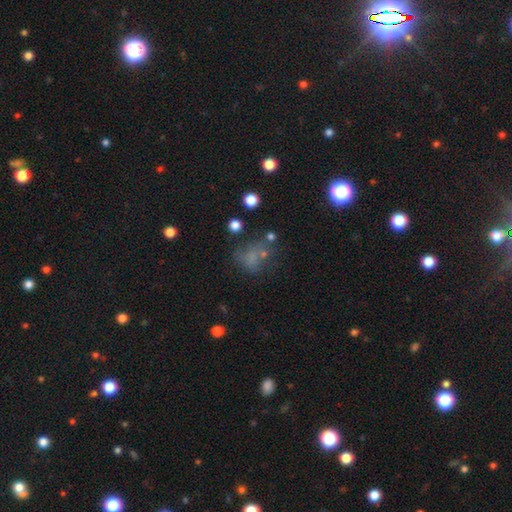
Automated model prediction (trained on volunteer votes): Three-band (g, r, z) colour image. It shows a smooth galaxy with no disk features (46%). Merging: none (54%).